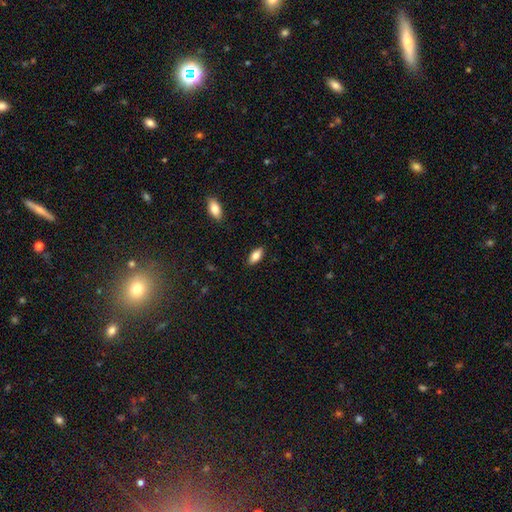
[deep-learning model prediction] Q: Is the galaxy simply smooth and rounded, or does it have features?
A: smooth — 80%.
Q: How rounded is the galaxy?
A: in between — 87%.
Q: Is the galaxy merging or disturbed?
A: none — 88%.